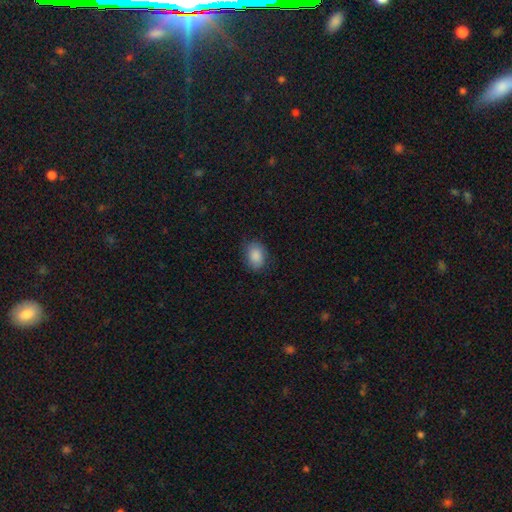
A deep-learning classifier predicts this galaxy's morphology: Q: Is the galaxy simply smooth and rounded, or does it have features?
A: smooth — 88%.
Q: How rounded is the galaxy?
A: in between — 69%.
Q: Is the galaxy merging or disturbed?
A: none — 82%.